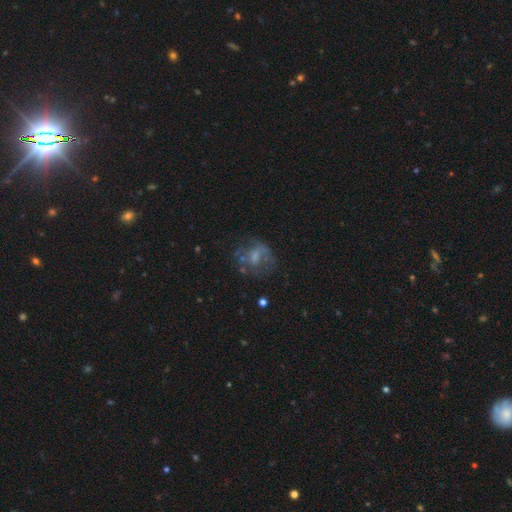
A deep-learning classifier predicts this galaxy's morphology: This is possibly a featured or disk galaxy (47%). Merging: marginally none (43%).